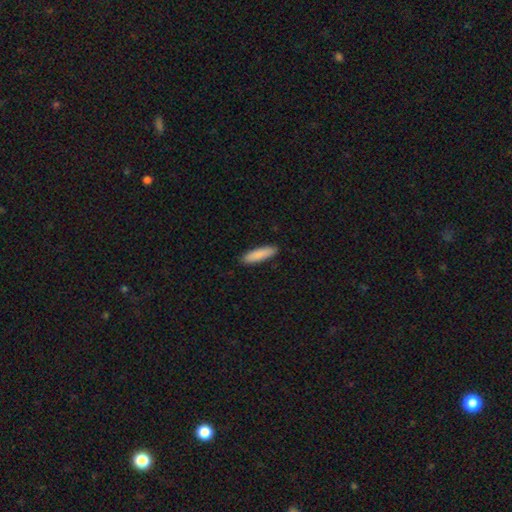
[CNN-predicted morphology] This is clearly a smooth galaxy (88%). How rounded: likely cigar-shaped (74%). Merging: clearly none (90%).